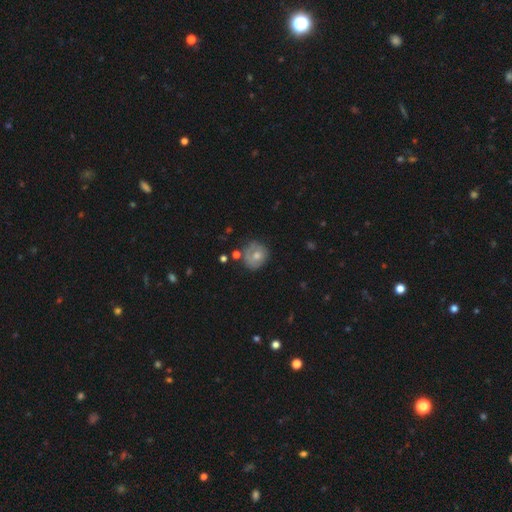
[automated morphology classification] Smooth or featured: smooth — 51% (featured or disk — 41%)
How rounded: round — 79% (in between — 20%)
Merging: none — 63% (minor disturbance — 23%)